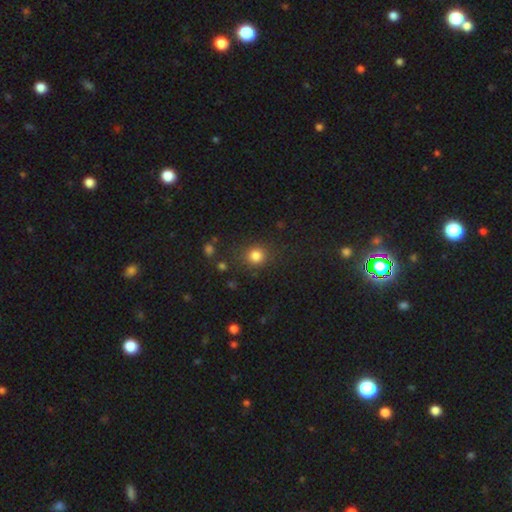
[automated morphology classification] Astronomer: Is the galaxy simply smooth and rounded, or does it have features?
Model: smooth — 82%.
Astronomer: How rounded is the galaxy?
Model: round — 85%.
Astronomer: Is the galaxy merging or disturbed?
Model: none — 82%.